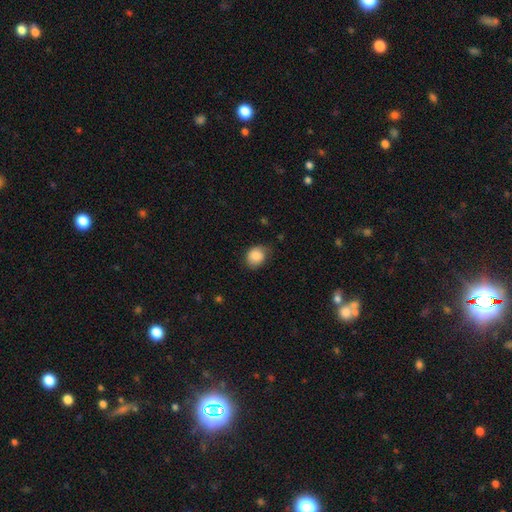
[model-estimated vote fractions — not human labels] smooth_or_featured: smooth (p=0.86) [alt: star or artifact p=0.08]
how_rounded: round (p=0.57) [alt: in between p=0.42]
merging: none (p=0.63) [alt: minor disturbance p=0.29]